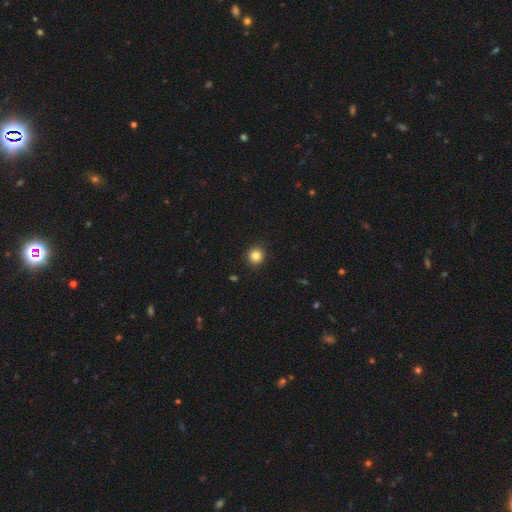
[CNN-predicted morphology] Smooth or featured? smooth (84%)
How rounded? round (93%)
Merging? none (92%)